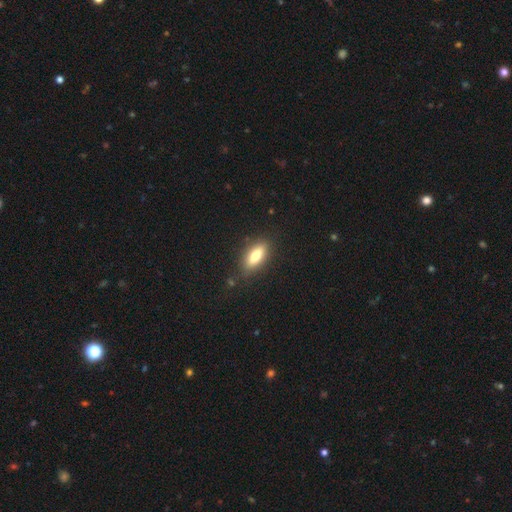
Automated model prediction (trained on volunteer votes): A smooth galaxy with no disk features (74%) that is in between round and cigar-shaped (72%). Merging: none (84%).